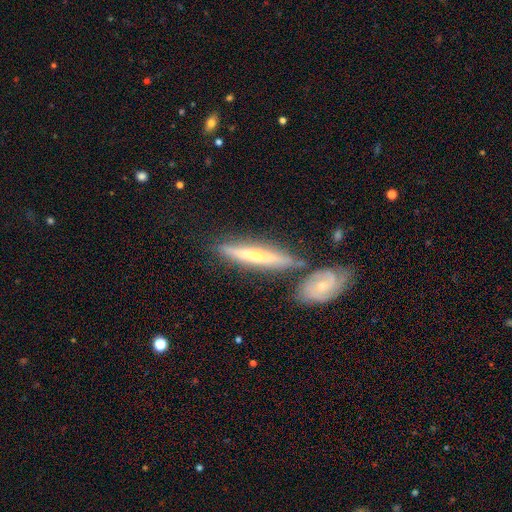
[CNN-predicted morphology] featured or disk 65%, smooth 29%, star or artifact 6%. Down the decision tree: edge-on disk — yes (87%); edge-on bulge — rounded (67%); merging — none (71%).